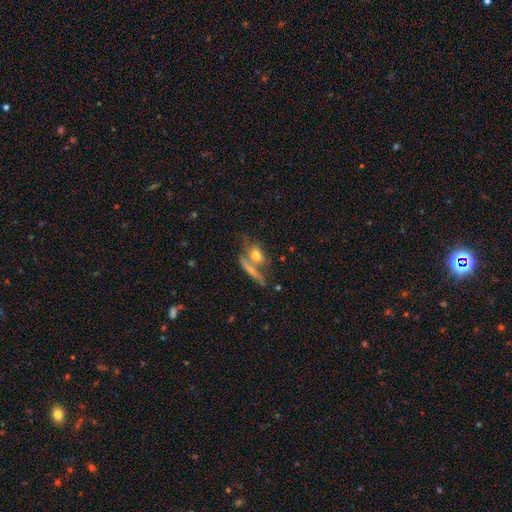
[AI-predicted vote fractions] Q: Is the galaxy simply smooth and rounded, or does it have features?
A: smooth — 66%.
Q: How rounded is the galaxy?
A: in between — 48%.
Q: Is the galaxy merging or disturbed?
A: none — 44%.